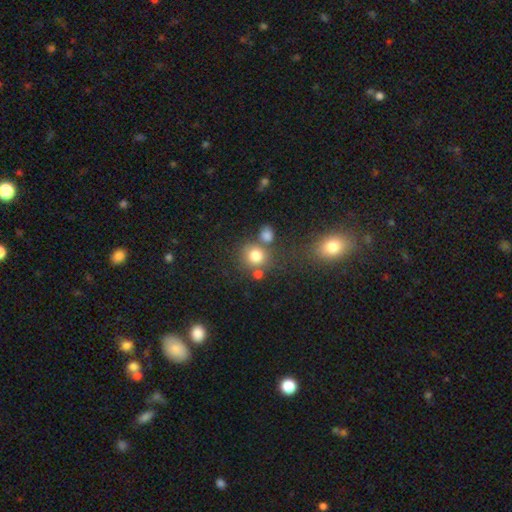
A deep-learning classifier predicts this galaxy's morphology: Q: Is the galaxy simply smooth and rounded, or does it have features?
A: smooth — 77%.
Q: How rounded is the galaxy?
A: round — 85%.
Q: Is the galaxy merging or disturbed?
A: none — 64%.